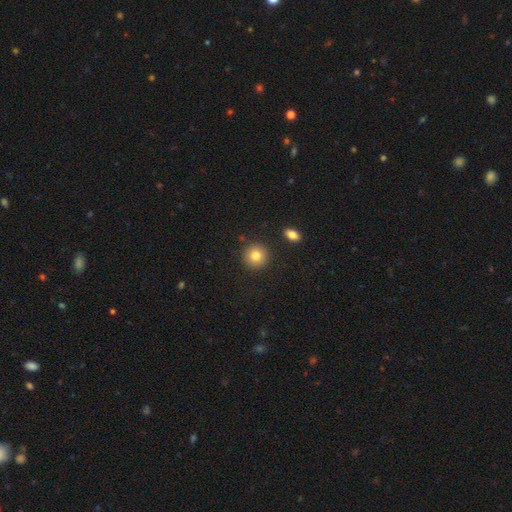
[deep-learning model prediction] Morphology: type=smooth (83%); roundness=round (93%); merging=none (90%).